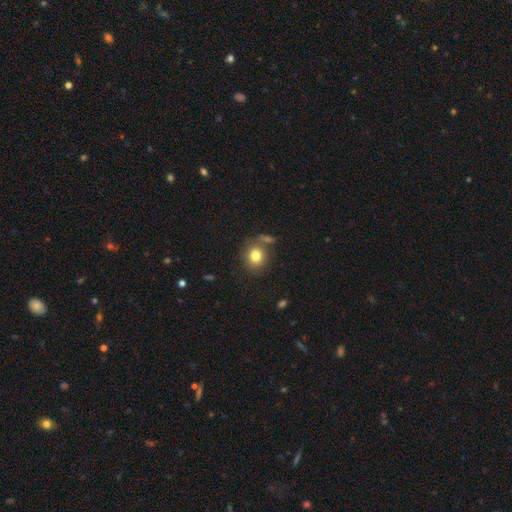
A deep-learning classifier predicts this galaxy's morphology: This appears to be a smooth galaxy with no disk features (80%) that is round (72%). Merging: none (68%).